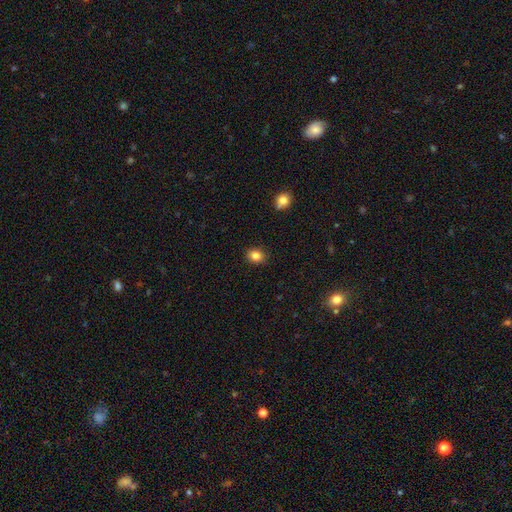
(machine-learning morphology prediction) Smooth or featured: smooth — 84% (star or artifact — 11%)
How rounded: round — 62% (in between — 37%)
Merging: none — 88% (minor disturbance — 8%)